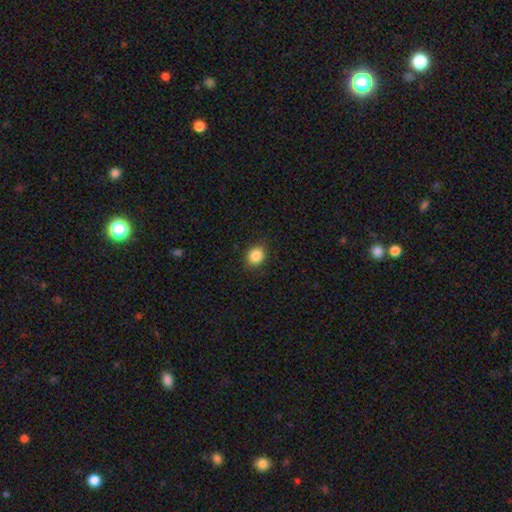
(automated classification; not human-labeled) Smooth or featured: smooth — 86% (star or artifact — 10%)
How rounded: round — 63% (in between — 36%)
Merging: none — 88% (minor disturbance — 9%)